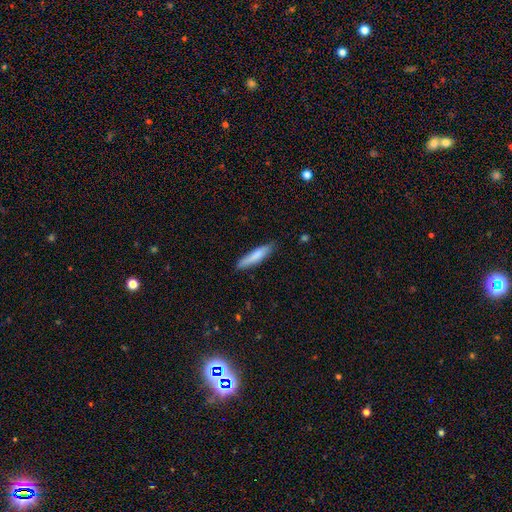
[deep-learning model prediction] smooth 78%, featured or disk 17%, star or artifact 6%. Down the decision tree: how rounded — cigar-shaped (81%); merging — none (80%).